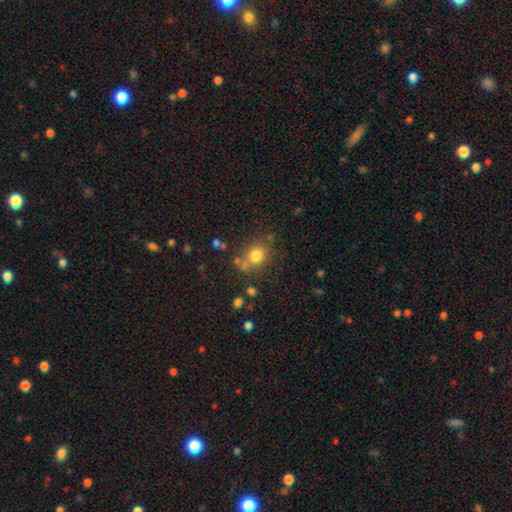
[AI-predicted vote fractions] smooth 77%, star or artifact 14%, featured or disk 9%. Down the decision tree: how rounded — round (79%); merging — none (68%).